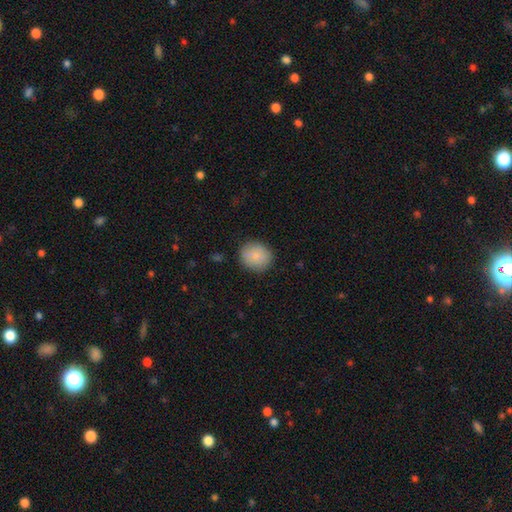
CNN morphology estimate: The model was most divided on "how rounded": round: 81%, in between: 18%, cigar-shaped: 1%. More confident: merging — none (87%); smooth or featured — smooth (86%).